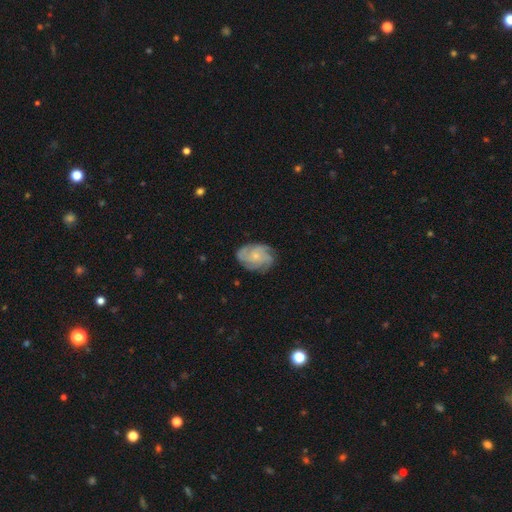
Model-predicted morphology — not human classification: A featured or disk galaxy (74%) with no bar (80%), 4 (34%) tight (51%) spiral arms (95%) and a small central bulge (67%). Merging: none (76%).